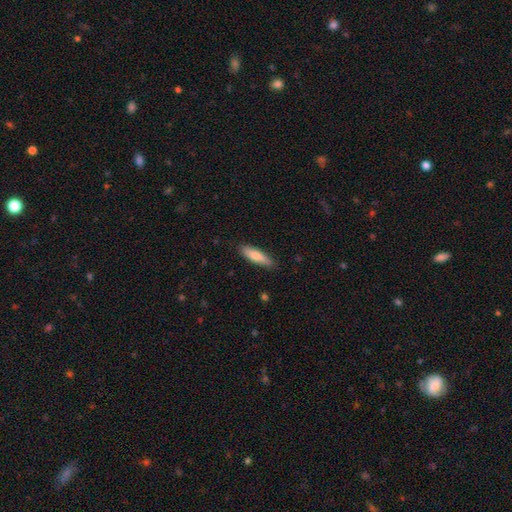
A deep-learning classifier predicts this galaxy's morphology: The model was most divided on "how rounded": cigar-shaped: 62%, in between: 36%, round: 2%. More confident: merging — none (86%); smooth or featured — smooth (74%).